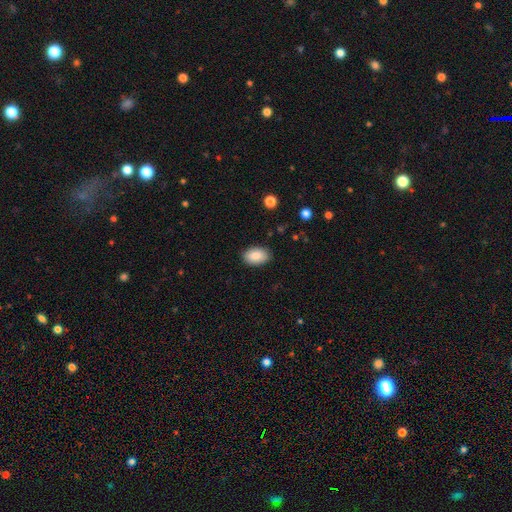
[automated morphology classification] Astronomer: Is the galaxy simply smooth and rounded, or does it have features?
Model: smooth — 88%.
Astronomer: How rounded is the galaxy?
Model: in between — 91%.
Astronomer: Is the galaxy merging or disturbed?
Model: none — 87%.